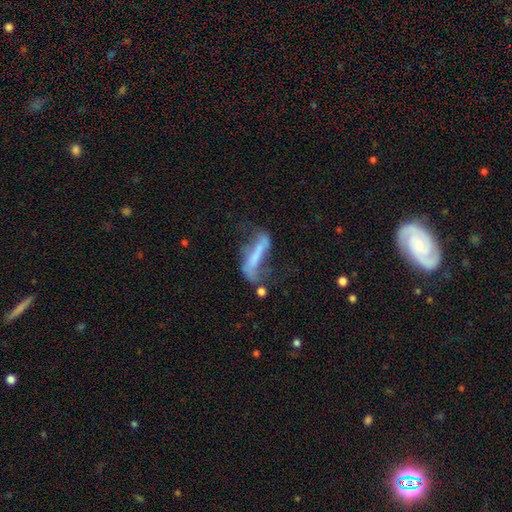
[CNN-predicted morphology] smooth_or_featured: featured or disk (p=0.53) [alt: smooth p=0.37]
disk_edge_on: no (p=0.72) [alt: yes p=0.28]
merging: major disturbance (p=0.36) [alt: none p=0.30]